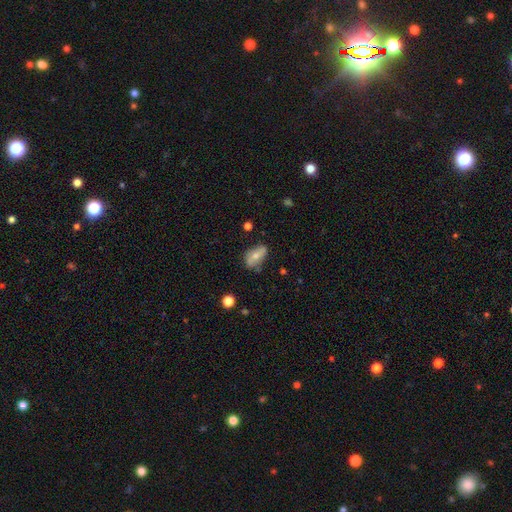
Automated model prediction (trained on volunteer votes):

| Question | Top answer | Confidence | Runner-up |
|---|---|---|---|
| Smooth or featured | smooth | 58% | featured or disk (34%) |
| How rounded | in between | 87% | round (7%) |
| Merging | none | 60% | minor disturbance (29%) |